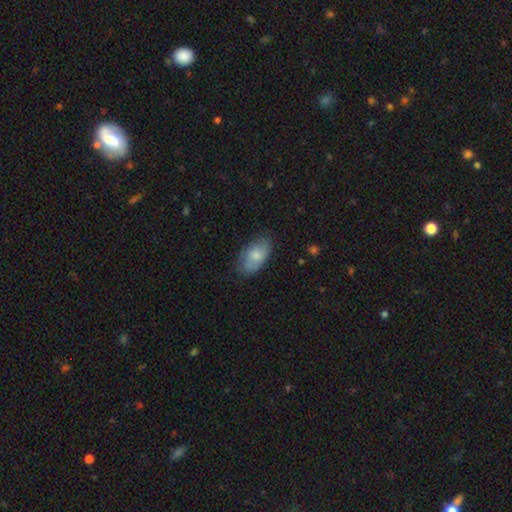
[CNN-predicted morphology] Q: Smooth or featured?
A: smooth (72%); runner-up: featured or disk (21%)
Q: How rounded?
A: in between (94%); runner-up: round (4%)
Q: Merging?
A: none (70%); runner-up: minor disturbance (23%)